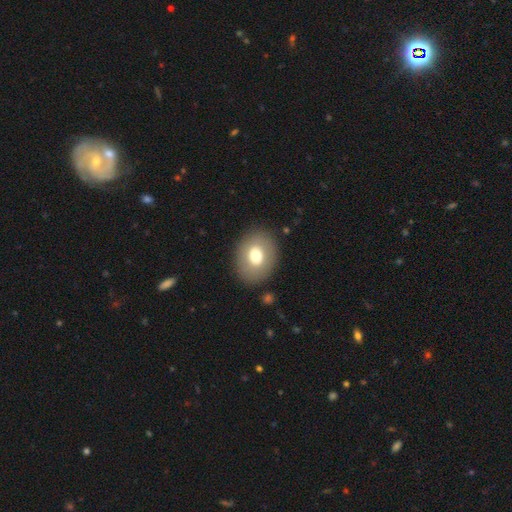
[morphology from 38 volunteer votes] Q: Smooth or featured?
A: smooth (74%); runner-up: featured or disk (18%)
Q: How rounded?
A: in between (61%); runner-up: round (39%)
Q: Merging?
A: none (91%); runner-up: minor disturbance (6%)